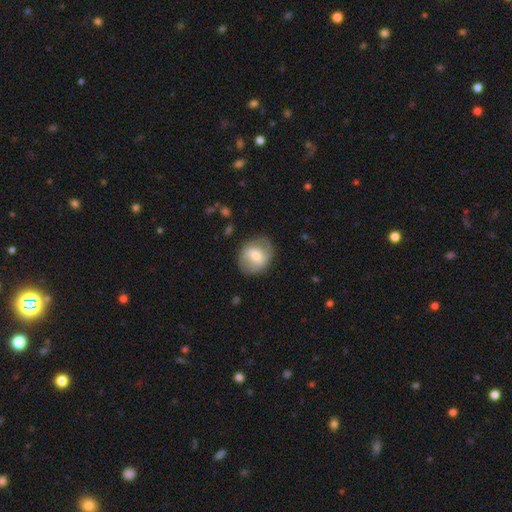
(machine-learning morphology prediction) Overall: smooth (52%; featured or disk 42%). How rounded: round (68%; in between 31%). Merging: none (78%).